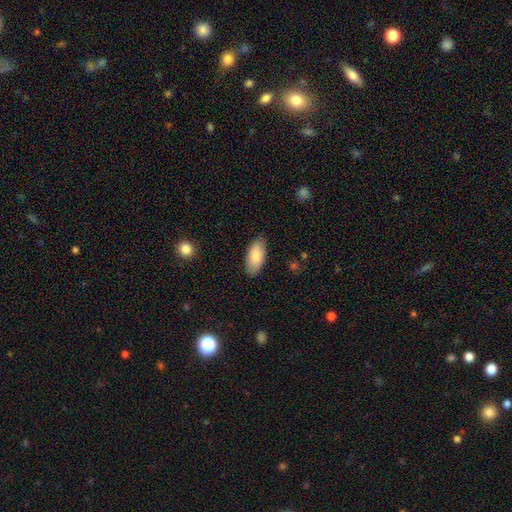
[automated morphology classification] The model was most divided on "merging": none: 84%, minor disturbance: 12%, major disturbance: 2%, merger: 1%. More confident: how rounded — in between (92%); smooth or featured — smooth (84%).